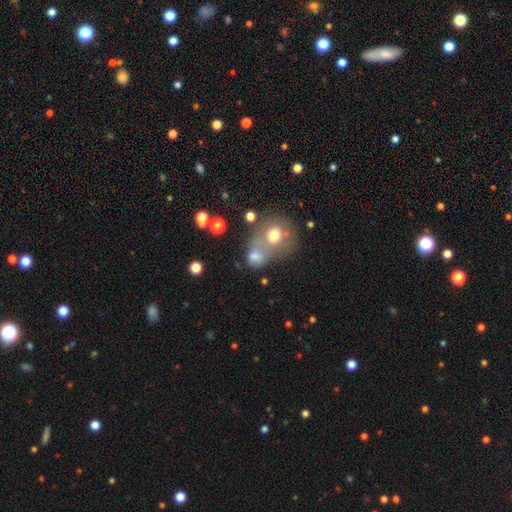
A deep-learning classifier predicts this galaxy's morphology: Smooth or featured?
  - smooth: 69% *
  - featured or disk: 17%
  - star or artifact: 14%
How rounded?
  - round: 60% *
  - in between: 38%
  - cigar-shaped: 1%
Merging?
  - merger: 49% *
  - none: 29%
  - minor disturbance: 11%
  - major disturbance: 11%